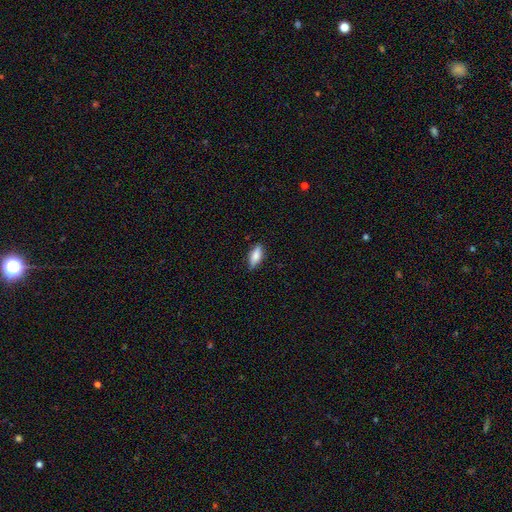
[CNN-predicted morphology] type=smooth (79%); roundness=in between (75%); merging=none (83%).